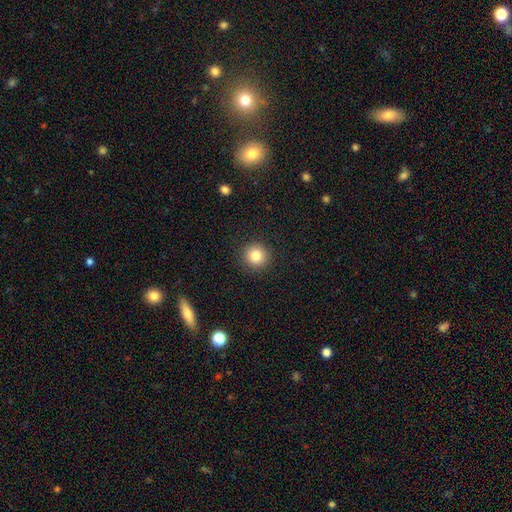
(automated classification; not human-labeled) A smooth galaxy with no disk features (83%) that is round (94%). Merging: none (91%).